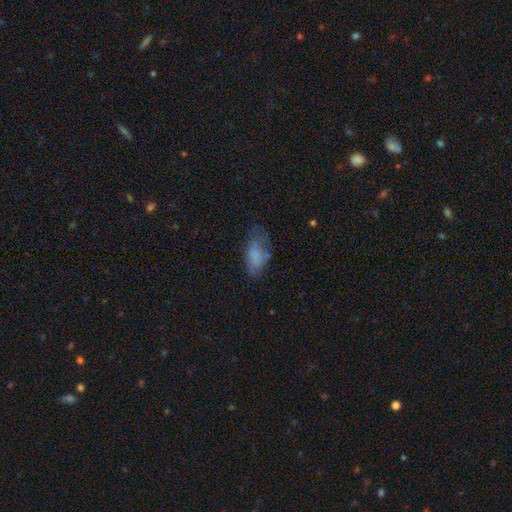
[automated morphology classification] A smooth galaxy with no disk features (70%) that is in between round and cigar-shaped (87%).

Vote fractions:
- Smooth or featured? smooth: 70% / featured or disk: 19% / star or artifact: 11%
- How rounded? in between: 87% / cigar-shaped: 10% / round: 3%
- Merging? none: 42% / minor disturbance: 31% / major disturbance: 24% / merger: 3%